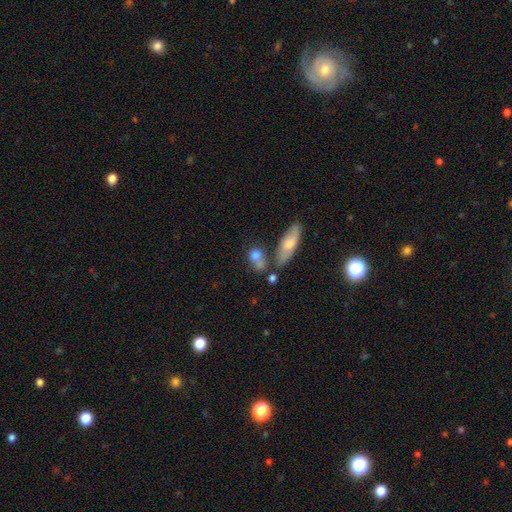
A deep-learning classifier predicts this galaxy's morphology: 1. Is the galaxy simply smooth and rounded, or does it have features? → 75% smooth, 16% featured or disk, 9% star or artifact.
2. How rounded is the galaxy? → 45% in between, 43% round, 12% cigar-shaped.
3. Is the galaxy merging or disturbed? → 45% none, 31% merger, 16% minor disturbance, 8% major disturbance.